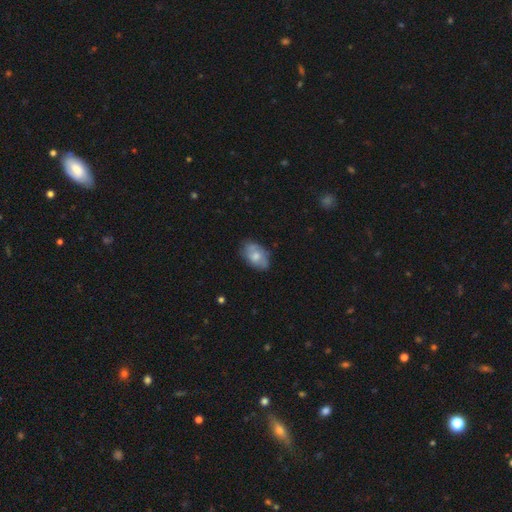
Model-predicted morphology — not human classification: A smooth galaxy with no disk features (64%) that is in between round and cigar-shaped (90%).

Vote fractions:
- Smooth or featured? smooth: 64% / featured or disk: 29% / star or artifact: 7%
- How rounded? in between: 90% / round: 8% / cigar-shaped: 2%
- Merging? none: 68% / minor disturbance: 25% / major disturbance: 6% / merger: 2%